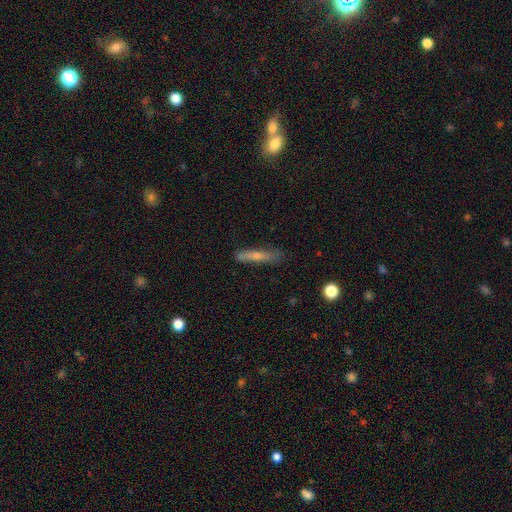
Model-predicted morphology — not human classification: A smooth galaxy with no disk features (57%) that is cigar-shaped (90%).

Vote fractions:
- Smooth or featured? smooth: 57% / featured or disk: 36% / star or artifact: 8%
- How rounded? cigar-shaped: 90% / in between: 8% / round: 2%
- Merging? none: 75% / minor disturbance: 19% / major disturbance: 4% / merger: 2%